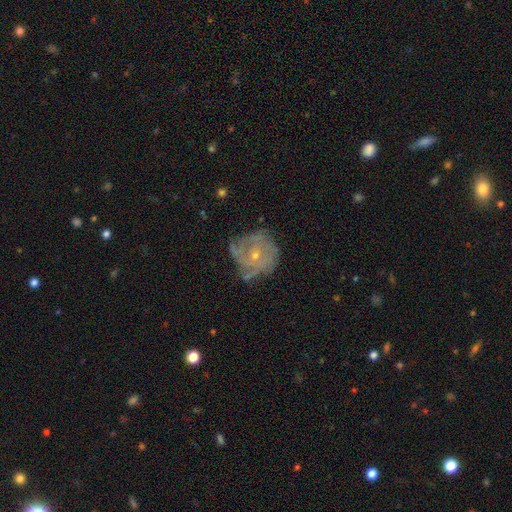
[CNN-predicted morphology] type=featured or disk (75%); edge-on=no (97%); bar=no (76%); spiral arms=yes (84%); winding=tight (57%); arm count=can't tell (37%); bulge=small (70%); merging=none (59%).